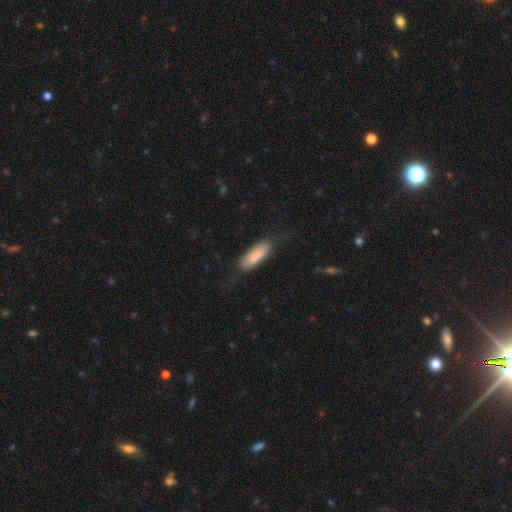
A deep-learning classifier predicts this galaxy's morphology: A smooth galaxy with no disk features (83%) that is in between round and cigar-shaped (56%). Merging: none (75%).